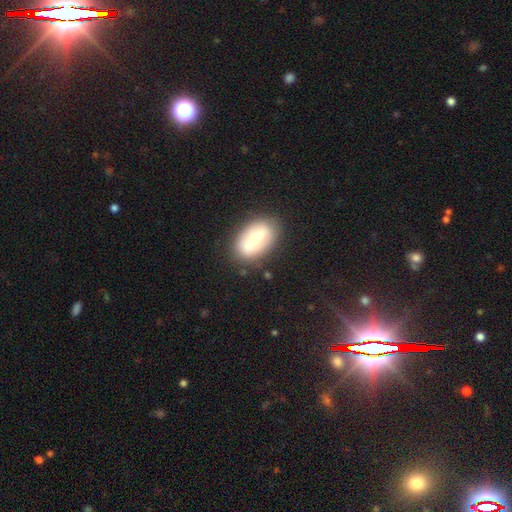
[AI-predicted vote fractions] This is marginally a smooth galaxy (45%). Merging: clearly none (84%).